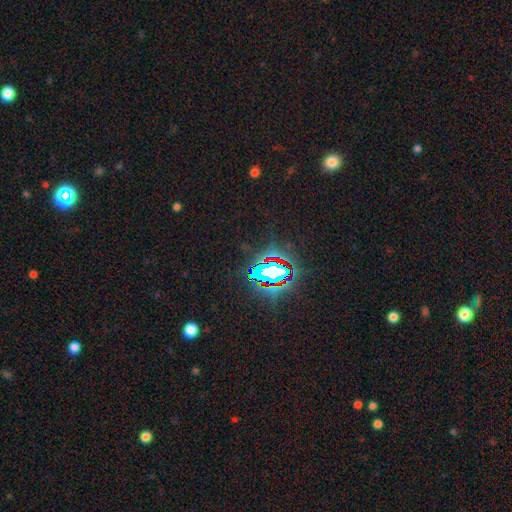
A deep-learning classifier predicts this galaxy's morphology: smooth_or_featured: star or artifact (p=0.84) [alt: smooth p=0.10]